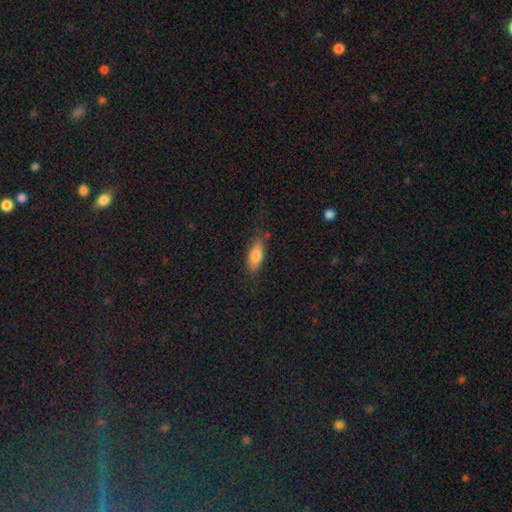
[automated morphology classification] Smooth or featured?
  - smooth: 80% *
  - featured or disk: 13%
  - star or artifact: 7%
How rounded?
  - in between: 76% *
  - cigar-shaped: 22%
  - round: 2%
Merging?
  - none: 77% *
  - minor disturbance: 17%
  - major disturbance: 4%
  - merger: 2%